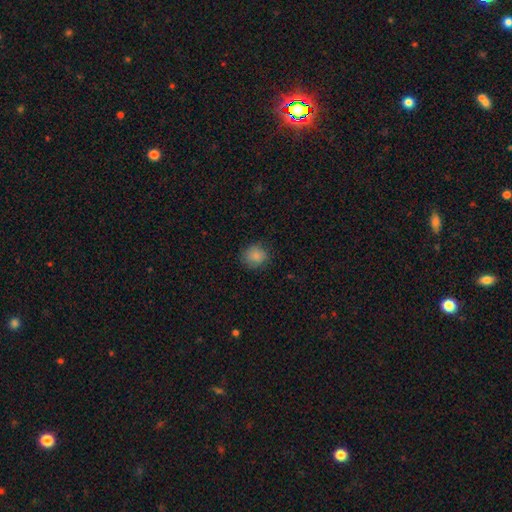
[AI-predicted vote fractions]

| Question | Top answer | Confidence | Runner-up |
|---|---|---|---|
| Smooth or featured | smooth | 85% | star or artifact (10%) |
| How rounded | round | 82% | in between (17%) |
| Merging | none | 82% | minor disturbance (14%) |